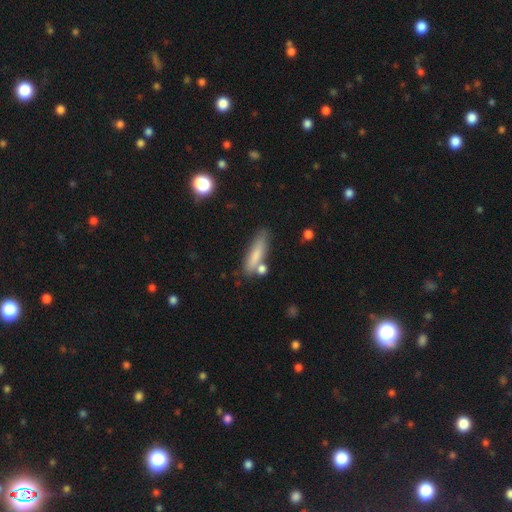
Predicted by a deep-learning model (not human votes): smooth_or_featured: smooth (p=0.75) [alt: featured or disk p=0.18]
how_rounded: cigar-shaped (p=0.70) [alt: in between p=0.28]
merging: none (p=0.67) [alt: minor disturbance p=0.16]